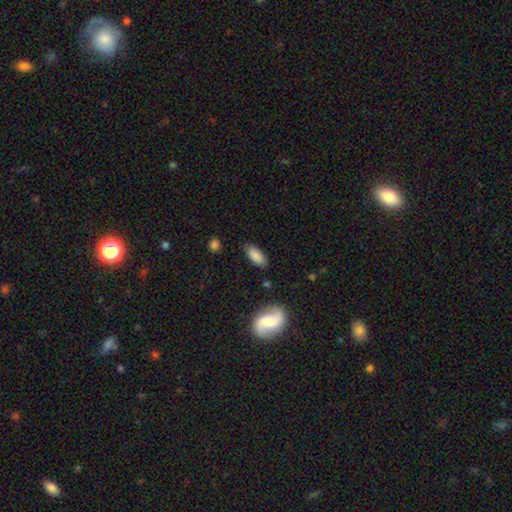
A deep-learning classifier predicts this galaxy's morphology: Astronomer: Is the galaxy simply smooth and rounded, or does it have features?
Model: smooth — 84%.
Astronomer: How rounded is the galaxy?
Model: in between — 88%.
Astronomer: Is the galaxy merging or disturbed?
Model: none — 82%.